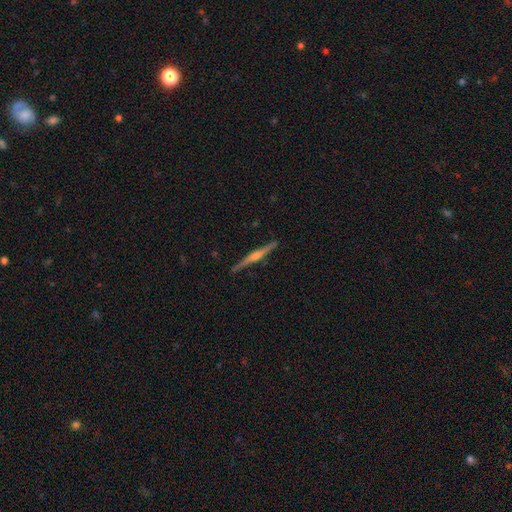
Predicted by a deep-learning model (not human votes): Overall: featured or disk (80%). Edge-on disk: yes (98%). Edge-on bulge: rounded (80%). Merging: none (91%).